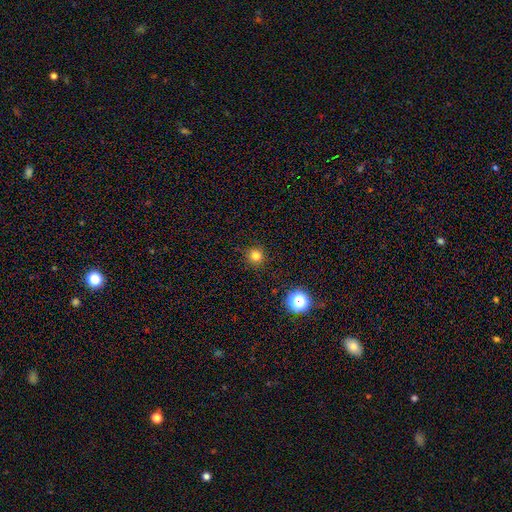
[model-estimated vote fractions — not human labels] This appears to be a smooth galaxy with no disk features (80%) that is round (95%). Merging: none (90%).